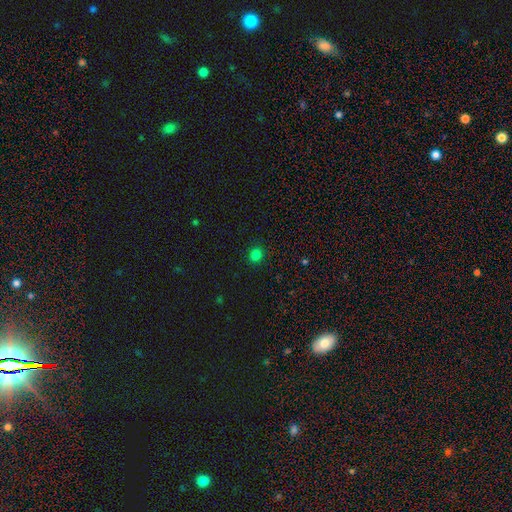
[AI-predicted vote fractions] This appears to be a smooth galaxy with no disk features (80%) that is round (81%). Merging: none (90%).